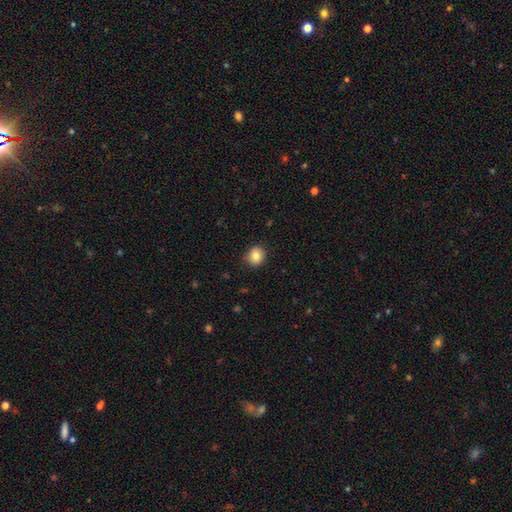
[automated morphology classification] The model was most divided on "how rounded": round: 80%, in between: 19%, cigar-shaped: 1%. More confident: merging — none (87%); smooth or featured — smooth (83%).